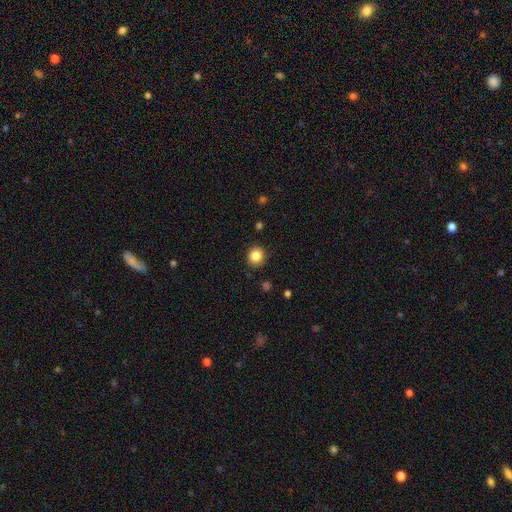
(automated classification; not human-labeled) This is clearly a smooth galaxy (85%). How rounded: clearly round (85%). Merging: clearly none (90%).